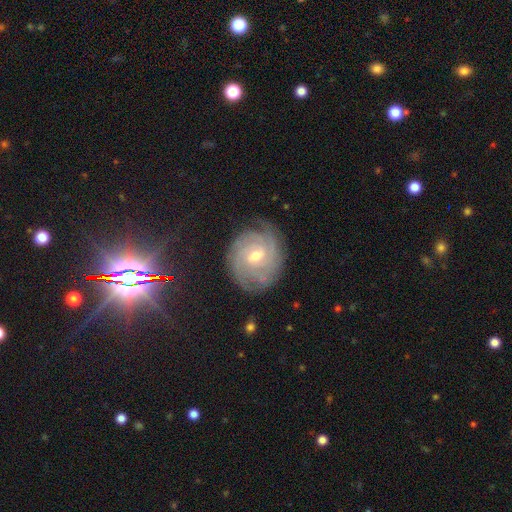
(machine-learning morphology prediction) Smooth or featured? featured or disk (85%)
Edge-on disk? no (97%)
Bar? weak (49%)
Spiral arms? yes (97%)
Spiral winding? tight (79%)
Spiral arm count? can't tell (31%)
Bulge size? moderate (61%)
Merging? none (77%)